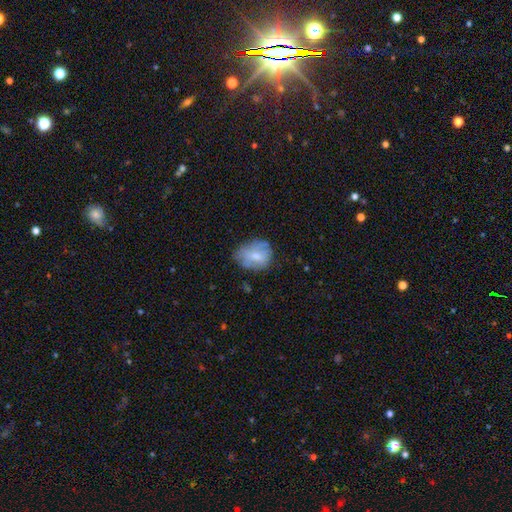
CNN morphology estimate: This is likely a smooth galaxy (67%). How rounded: possibly round (51%). Merging: possibly none (59%).